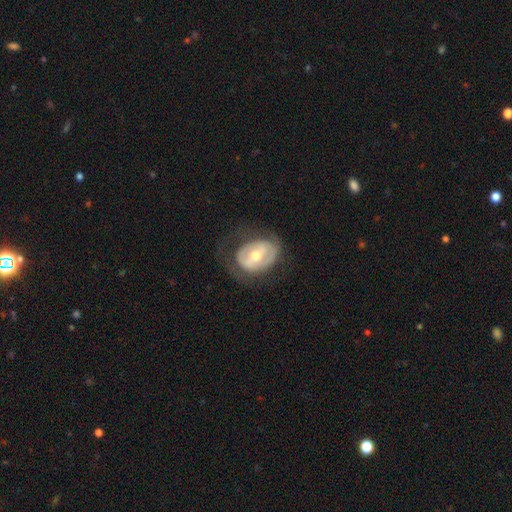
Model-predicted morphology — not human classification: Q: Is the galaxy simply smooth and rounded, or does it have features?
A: featured or disk — 64%.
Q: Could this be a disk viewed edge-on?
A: no — 94%.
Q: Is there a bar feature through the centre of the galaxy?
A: weak — 36%.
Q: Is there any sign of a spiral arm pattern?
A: no — 63%.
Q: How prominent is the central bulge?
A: moderate — 71%.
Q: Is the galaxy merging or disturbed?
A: none — 62%.